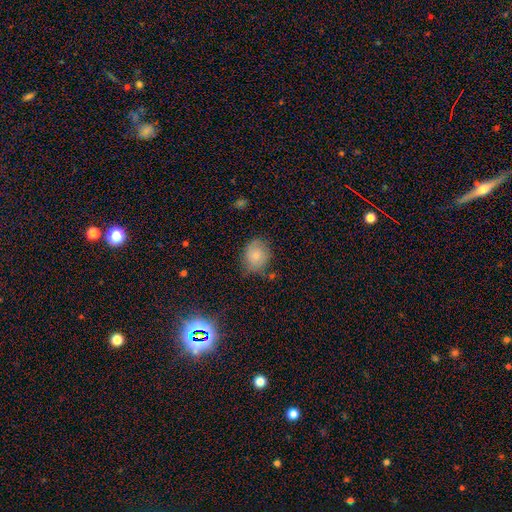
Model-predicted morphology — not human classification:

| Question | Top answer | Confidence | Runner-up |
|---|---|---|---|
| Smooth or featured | smooth | 77% | featured or disk (14%) |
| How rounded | round | 62% | in between (37%) |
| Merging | none | 68% | minor disturbance (24%) |